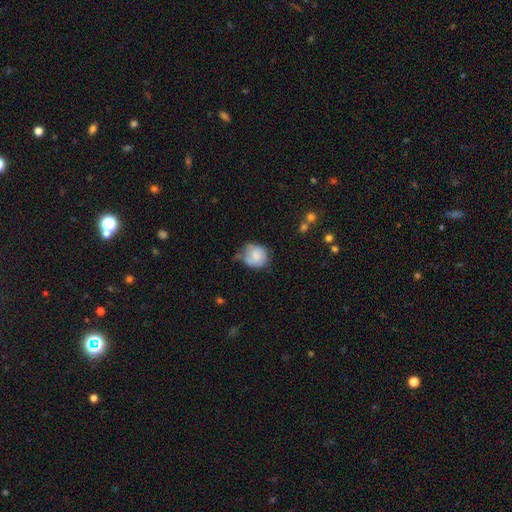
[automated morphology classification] This is likely a smooth galaxy (64%). How rounded: likely round (72%). Merging: marginally none (42%).